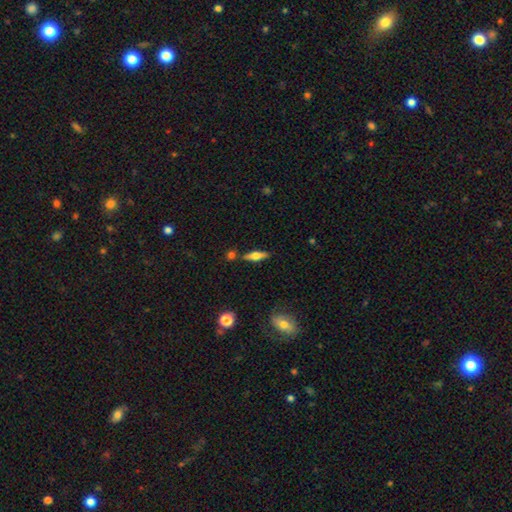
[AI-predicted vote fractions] smooth-or-featured: featured or disk: 50% | smooth: 43% | star or artifact: 7%
  disk-edge-on: yes: 93% | no: 7%
  merging: none: 80% | minor disturbance: 10% | merger: 7% | major disturbance: 3%